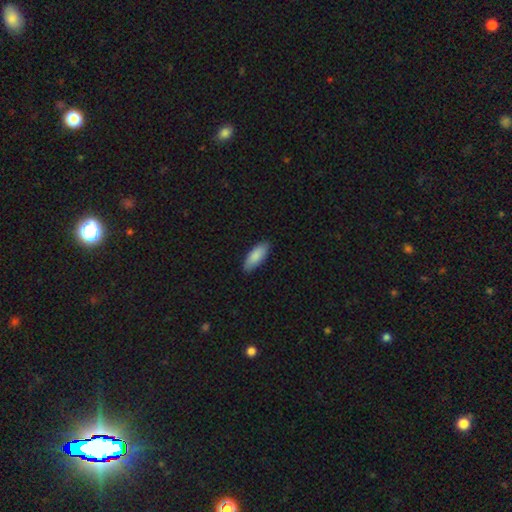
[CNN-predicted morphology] A smooth galaxy with no disk features (88%) that is in between round and cigar-shaped (74%). Merging: none (88%).